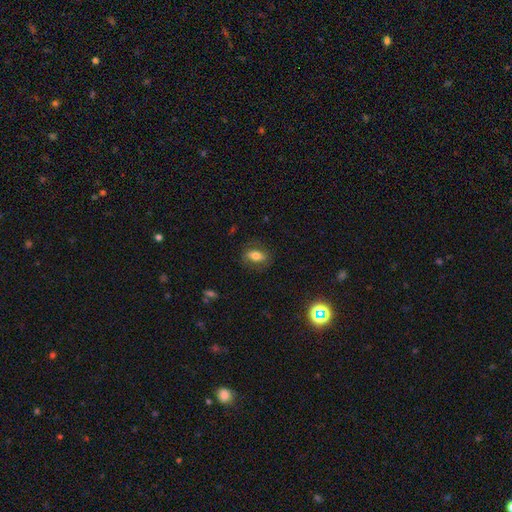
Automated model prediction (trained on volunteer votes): This appears to be a smooth galaxy with no disk features (68%) that is in between round and cigar-shaped (82%). Merging: none (78%).